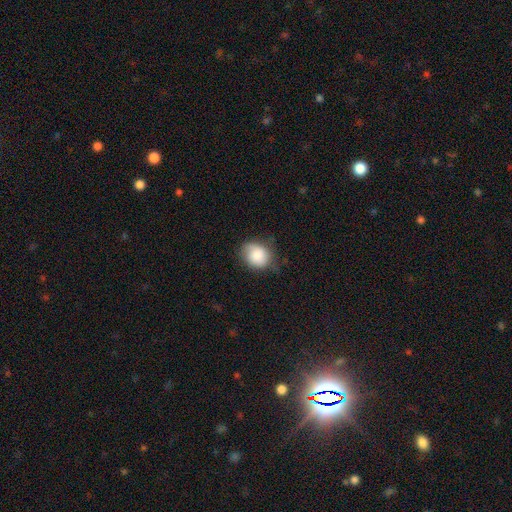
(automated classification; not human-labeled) Q: Smooth or featured?
A: smooth (82%); runner-up: featured or disk (11%)
Q: How rounded?
A: round (62%); runner-up: in between (37%)
Q: Merging?
A: none (64%); runner-up: minor disturbance (29%)